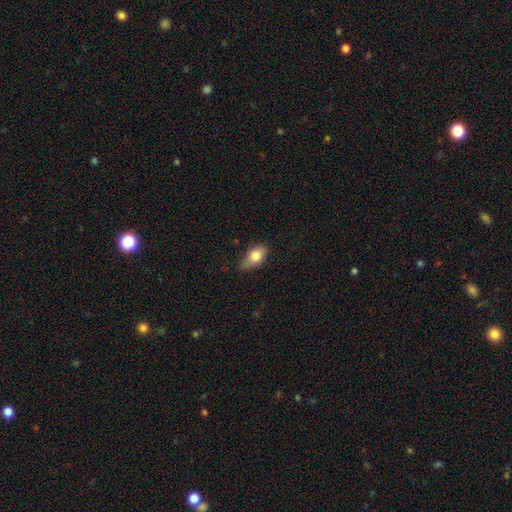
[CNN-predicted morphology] The model was most divided on "merging": none: 60%, minor disturbance: 31%, major disturbance: 7%, merger: 2%. More confident: how rounded — in between (83%); smooth or featured — smooth (75%).